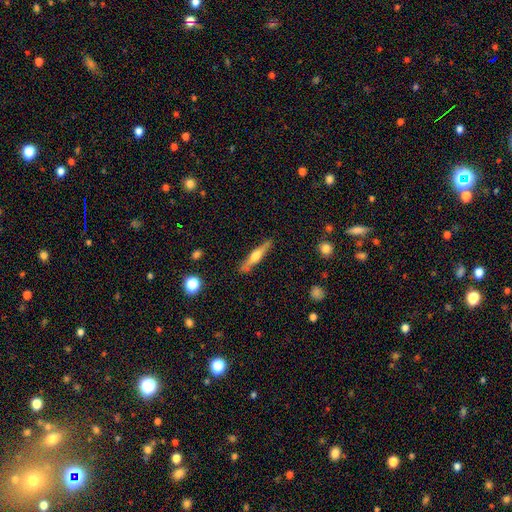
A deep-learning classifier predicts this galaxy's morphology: The model was most divided on "smooth or featured": featured or disk: 58%, smooth: 36%, star or artifact: 6%. More confident: edge-on disk — yes (96%); edge-on bulge — rounded (87%); merging — none (85%).